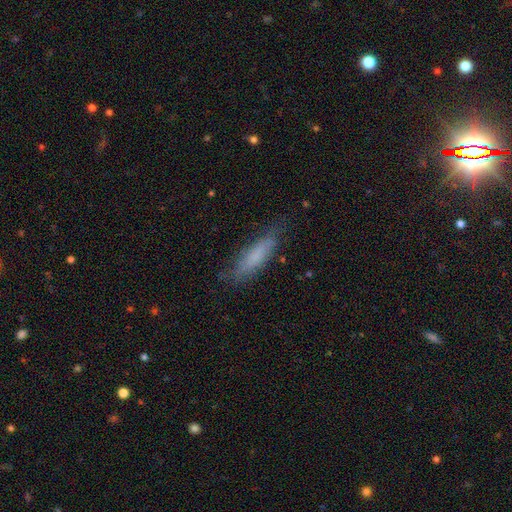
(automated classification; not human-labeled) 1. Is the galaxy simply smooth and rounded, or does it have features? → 71% smooth, 21% featured or disk, 8% star or artifact.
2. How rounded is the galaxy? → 69% cigar-shaped, 30% in between, 2% round.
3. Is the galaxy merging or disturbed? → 72% none, 21% minor disturbance, 6% major disturbance, 2% merger.